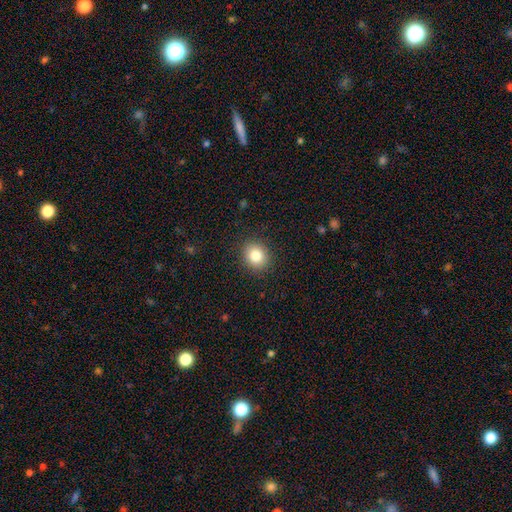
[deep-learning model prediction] This appears to be a smooth galaxy with no disk features (82%) that is round (74%). Merging: none (90%).